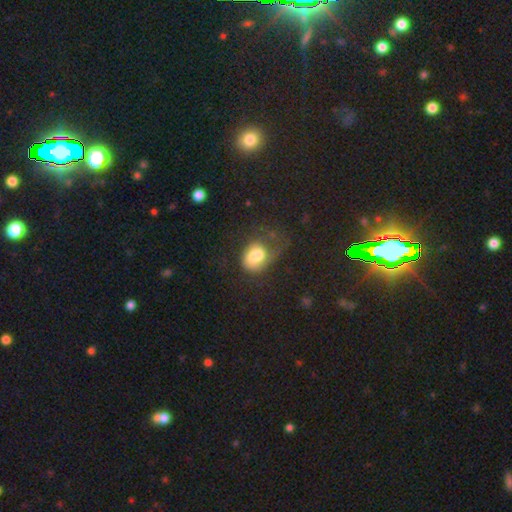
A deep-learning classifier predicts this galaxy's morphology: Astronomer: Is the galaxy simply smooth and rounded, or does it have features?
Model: smooth — 70%.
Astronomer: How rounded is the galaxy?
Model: in between — 63%.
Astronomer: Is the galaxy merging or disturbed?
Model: major disturbance — 35% (runner-up: none, 34%).